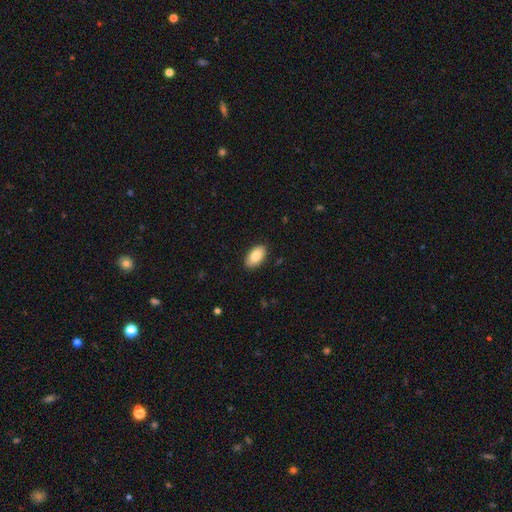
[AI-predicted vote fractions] Morphology: type=smooth (85%); roundness=in between (95%); merging=none (89%).